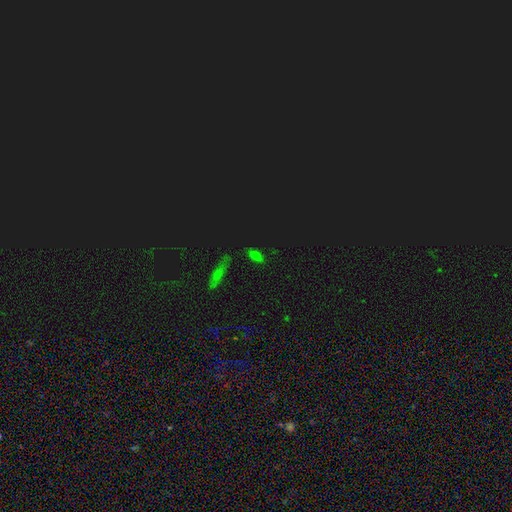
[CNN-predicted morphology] Smooth or featured? Predicted: smooth (p=0.56). How rounded? Predicted: in between (p=0.75). Merging? Predicted: none (p=0.84).